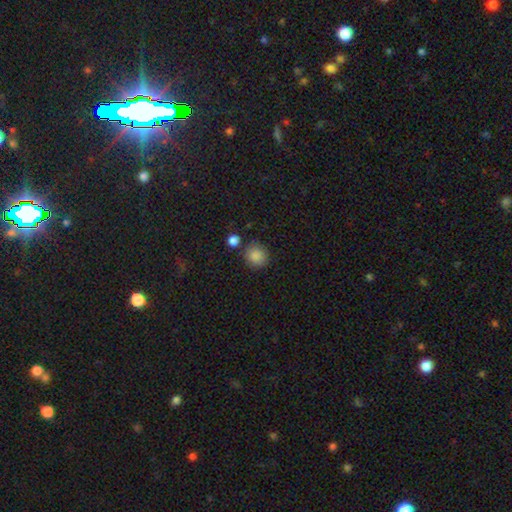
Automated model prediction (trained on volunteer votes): Smooth or featured? smooth (87%)
How rounded? round (84%)
Merging? none (79%)